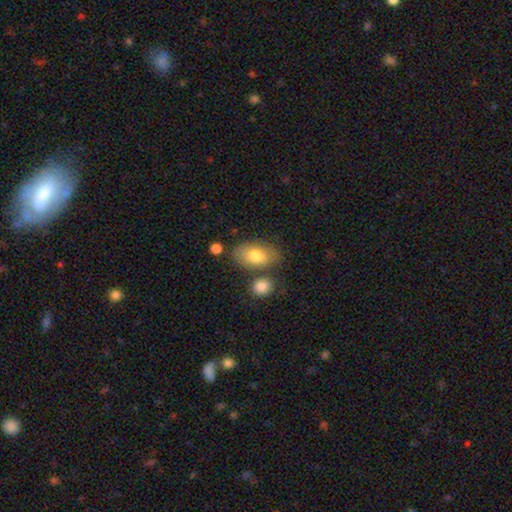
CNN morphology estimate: This appears to be a smooth galaxy with no disk features (78%) that is in between round and cigar-shaped (91%). Merging: none (70%).